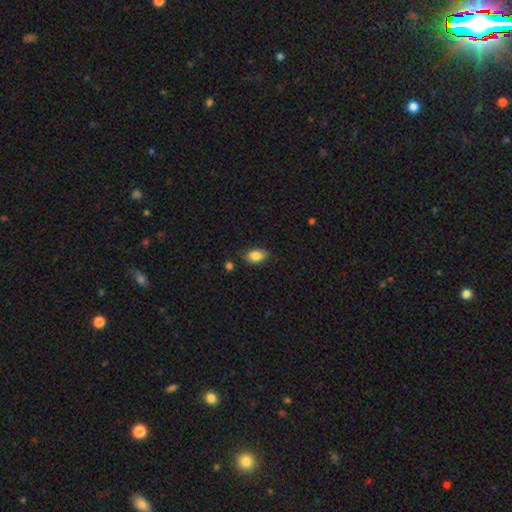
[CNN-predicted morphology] smooth-or-featured: smooth: 85% | star or artifact: 8% | featured or disk: 7%
  how-rounded: in between: 88% | round: 10% | cigar-shaped: 2%
  merging: none: 82% | minor disturbance: 13% | major disturbance: 3% | merger: 2%